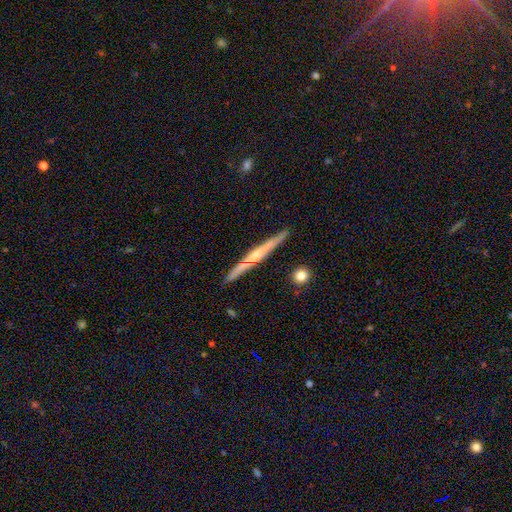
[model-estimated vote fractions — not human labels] Overall: featured or disk (72%). Edge-on disk: yes (98%). Edge-on bulge: rounded (61%; none 30%). Merging: none (88%).